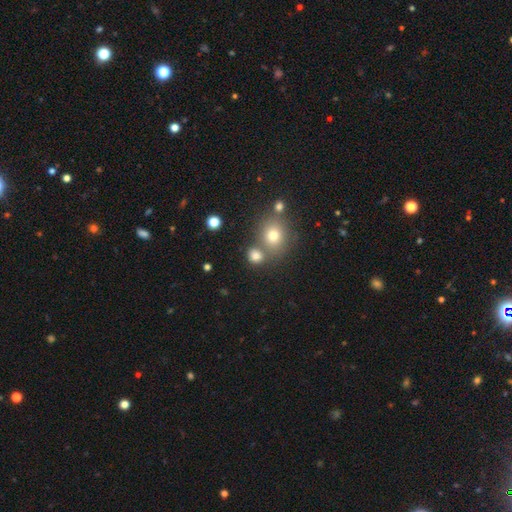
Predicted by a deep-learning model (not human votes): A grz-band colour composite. It shows a smooth galaxy with no disk features (76%) that is round (76%). Merging: none (60%).